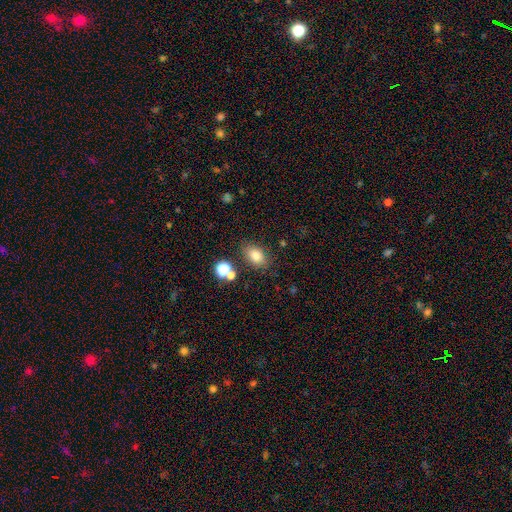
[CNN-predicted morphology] Q: Smooth or featured?
A: smooth (79%); runner-up: star or artifact (12%)
Q: How rounded?
A: in between (80%); runner-up: round (19%)
Q: Merging?
A: none (77%); runner-up: minor disturbance (12%)